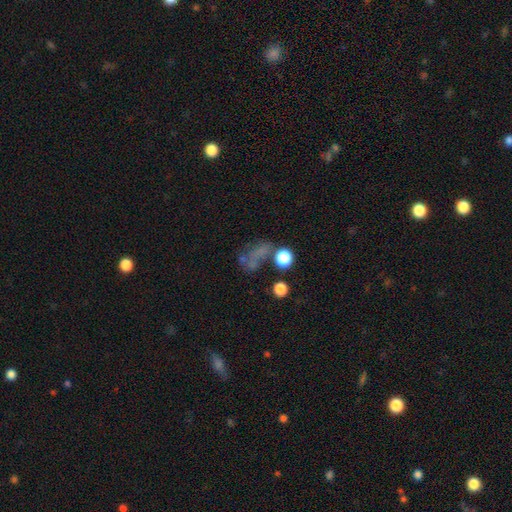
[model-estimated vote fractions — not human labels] smooth_or_featured: smooth (p=0.41) [alt: star or artifact p=0.35]
merging: none (p=0.38) [alt: major disturbance p=0.27]